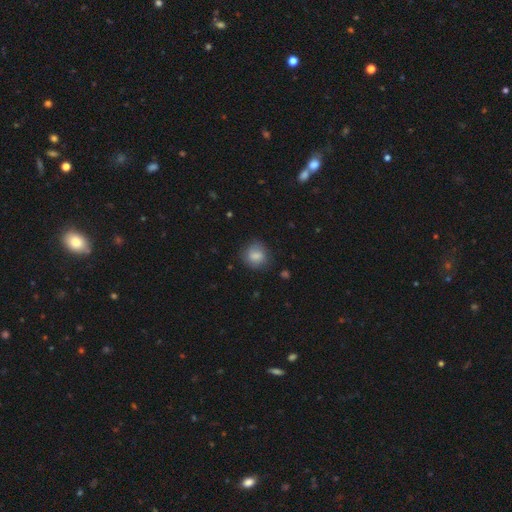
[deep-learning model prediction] Smooth or featured?
  - smooth: 81% *
  - featured or disk: 10%
  - star or artifact: 8%
How rounded?
  - round: 76% *
  - in between: 23%
  - cigar-shaped: 1%
Merging?
  - none: 77% *
  - minor disturbance: 17%
  - major disturbance: 5%
  - merger: 2%